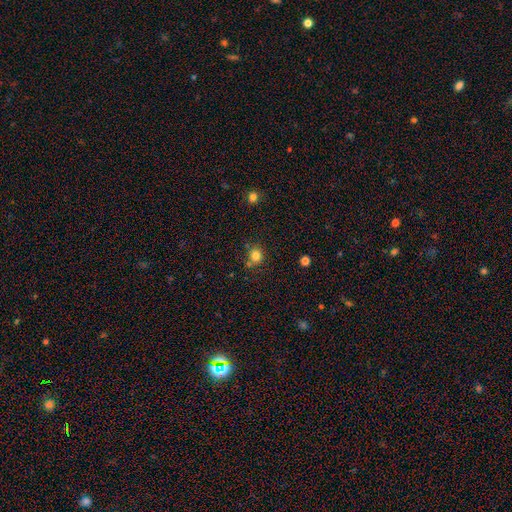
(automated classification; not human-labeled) smooth-or-featured: smooth: 81% | star or artifact: 13% | featured or disk: 6%
  how-rounded: round: 82% | in between: 17% | cigar-shaped: 1%
  merging: none: 71% | minor disturbance: 15% | merger: 10% | major disturbance: 4%